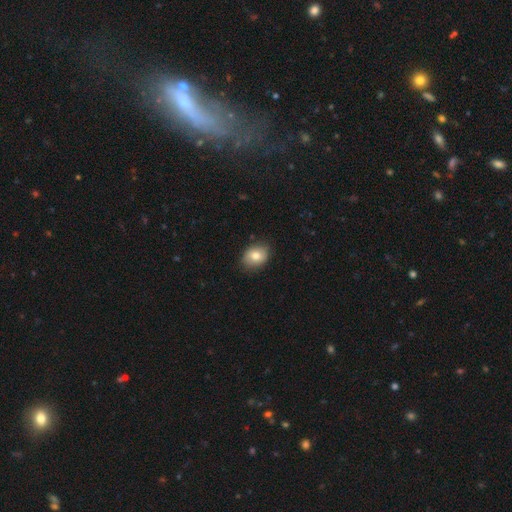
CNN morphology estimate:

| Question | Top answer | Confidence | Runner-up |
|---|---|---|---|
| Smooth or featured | smooth | 79% | featured or disk (13%) |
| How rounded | in between | 65% | round (34%) |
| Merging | none | 83% | minor disturbance (13%) |